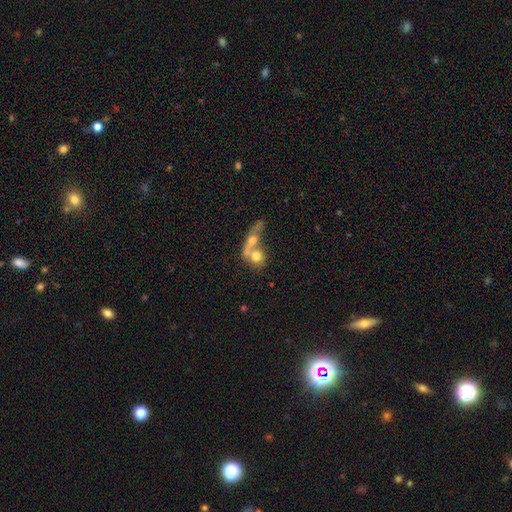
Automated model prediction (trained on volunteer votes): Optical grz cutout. It shows a smooth galaxy with no disk features (58%) that is round (65%). Merging: merger (64%).